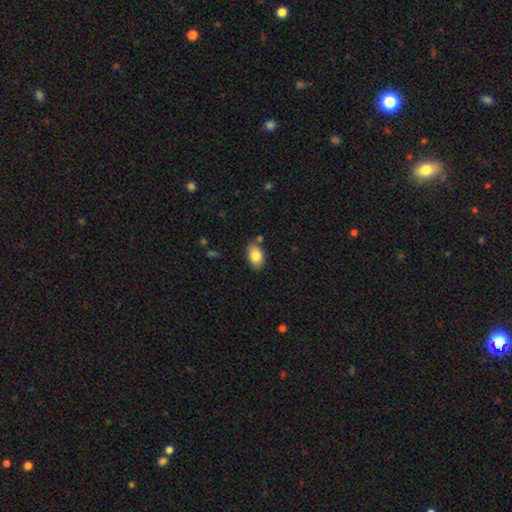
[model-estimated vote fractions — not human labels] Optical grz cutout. It shows a smooth galaxy with no disk features (84%) that is in between round and cigar-shaped (90%). Merging: none (80%).